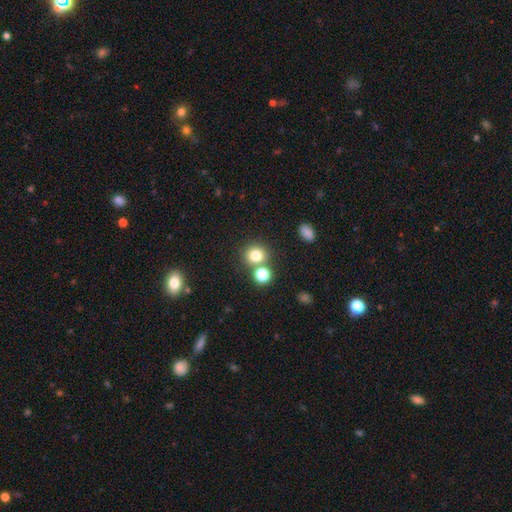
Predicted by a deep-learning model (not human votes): This appears to be a smooth galaxy with no disk features (78%) that is round (87%). Merging: none (67%).